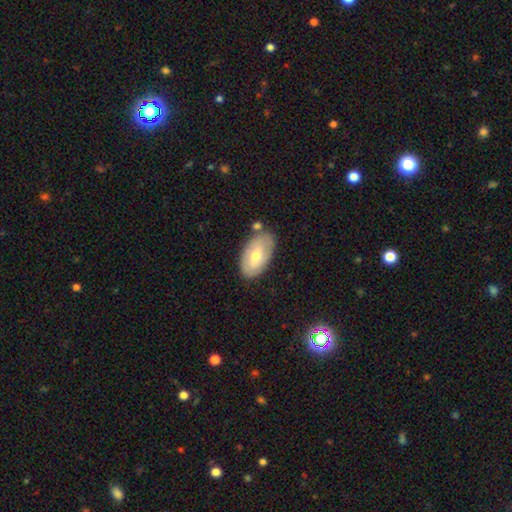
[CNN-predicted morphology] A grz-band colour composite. It shows a smooth galaxy with no disk features (52%) that is in between round and cigar-shaped (93%). Merging: none (72%).